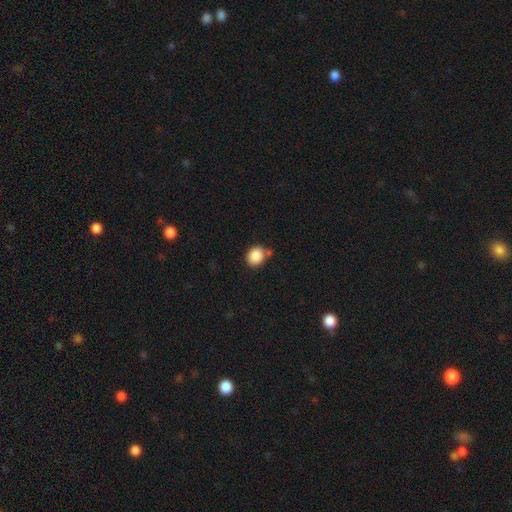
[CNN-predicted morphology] Q: Smooth or featured?
A: smooth (87%); runner-up: star or artifact (9%)
Q: How rounded?
A: round (76%); runner-up: in between (23%)
Q: Merging?
A: none (69%); runner-up: minor disturbance (15%)